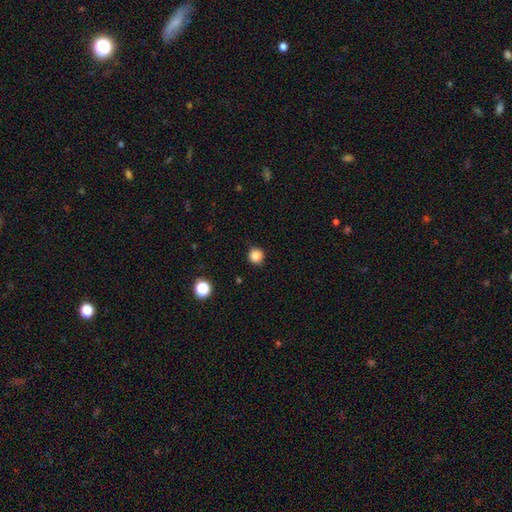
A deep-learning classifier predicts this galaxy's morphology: Smooth or featured? smooth (85%)
How rounded? round (94%)
Merging? none (91%)